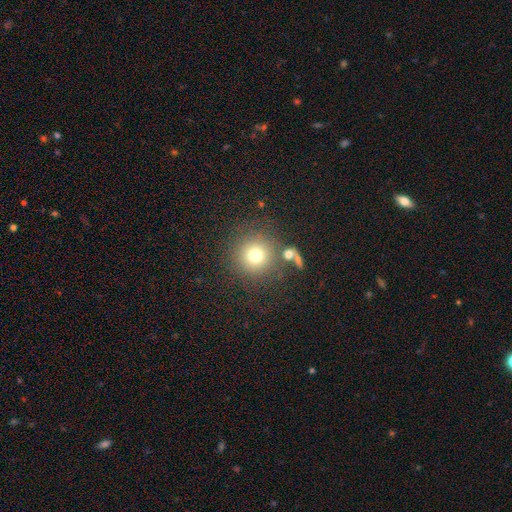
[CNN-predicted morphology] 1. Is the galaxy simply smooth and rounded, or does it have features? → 75% smooth, 14% star or artifact, 11% featured or disk.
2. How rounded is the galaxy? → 94% round, 5% in between, 1% cigar-shaped.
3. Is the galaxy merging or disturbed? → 78% none, 9% minor disturbance, 8% merger, 5% major disturbance.